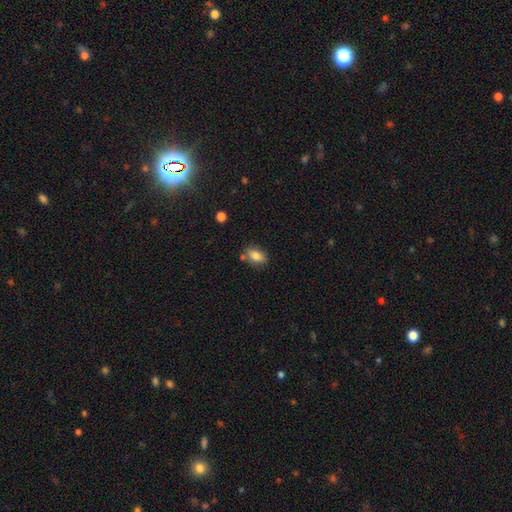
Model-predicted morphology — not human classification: type=smooth (79%); roundness=in between (84%); merging=none (72%).